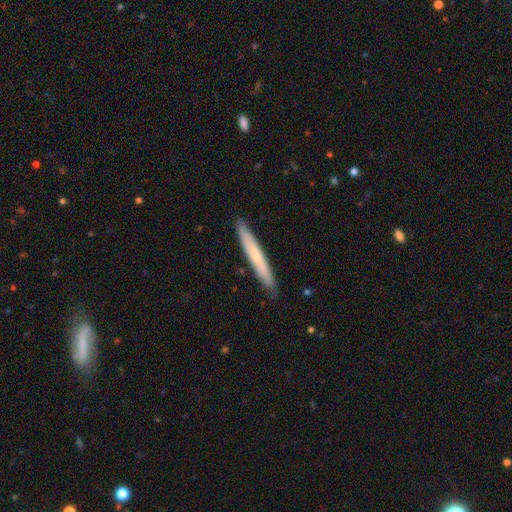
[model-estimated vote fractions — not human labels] smooth_or_featured: smooth (p=0.57) [alt: featured or disk p=0.37]
how_rounded: cigar-shaped (p=0.96) [alt: in between p=0.03]
merging: none (p=0.89) [alt: minor disturbance p=0.09]